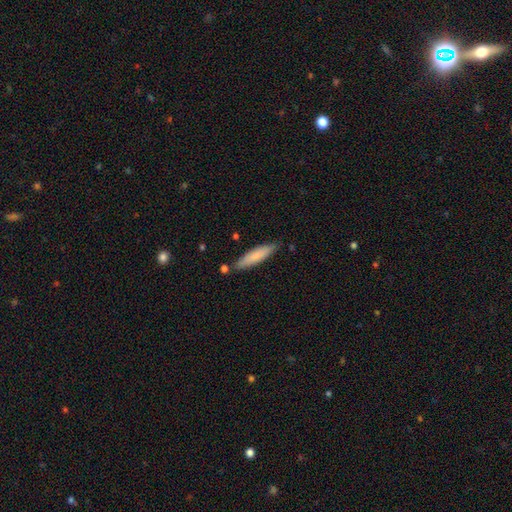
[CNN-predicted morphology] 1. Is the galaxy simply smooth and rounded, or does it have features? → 78% smooth, 17% featured or disk, 6% star or artifact.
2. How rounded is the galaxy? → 79% cigar-shaped, 20% in between, 1% round.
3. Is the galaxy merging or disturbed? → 81% none, 13% minor disturbance, 4% merger, 2% major disturbance.